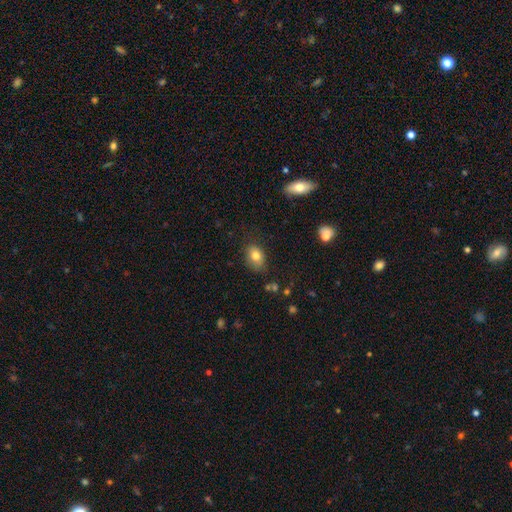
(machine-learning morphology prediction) Overall: smooth (79%). How rounded: in between (76%). Merging: none (74%).